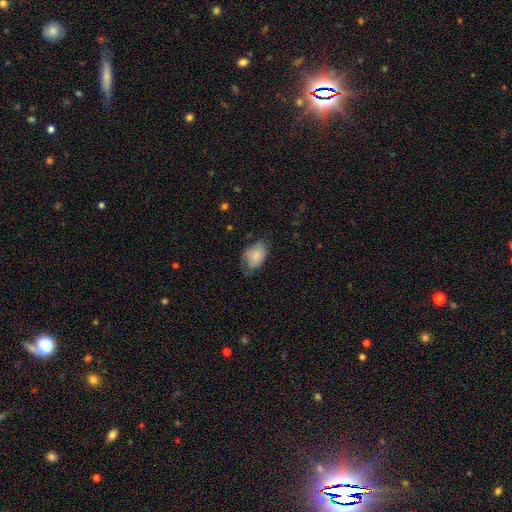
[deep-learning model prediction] The model was most divided on "merging": none: 47%, minor disturbance: 37%, major disturbance: 15%, merger: 1%. More confident: how rounded — in between (88%); smooth or featured — smooth (72%).